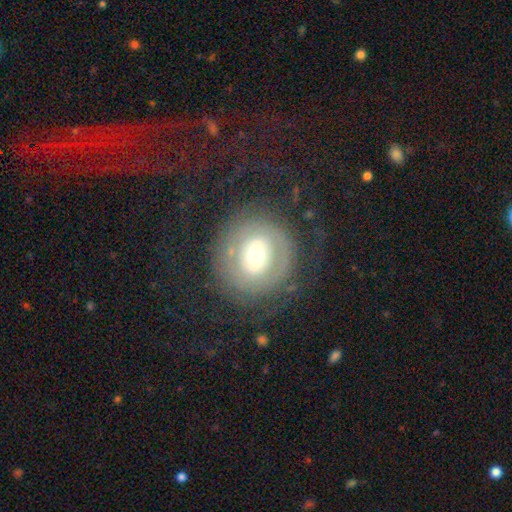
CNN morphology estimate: smooth-or-featured: featured or disk: 68% | smooth: 24% | star or artifact: 8%
  disk-edge-on: no: 96% | yes: 4%
    bar: no: 41% | weak: 38% | strong: 20%
    has-spiral-arms: yes: 59% | no: 41%
    bulge-size: moderate: 64% | small: 20% | large: 13% | dominant: 2% | none: 1%
  merging: none: 71% | major disturbance: 15% | minor disturbance: 13% | merger: 2%